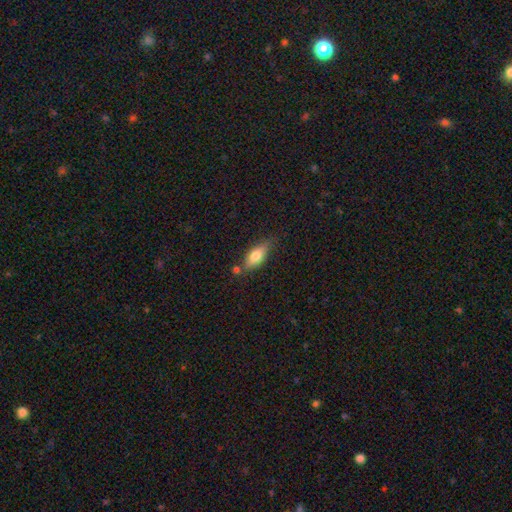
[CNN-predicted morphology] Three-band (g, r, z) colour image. It shows a smooth galaxy with no disk features (69%) that is in between round and cigar-shaped (73%). Merging: none (67%).